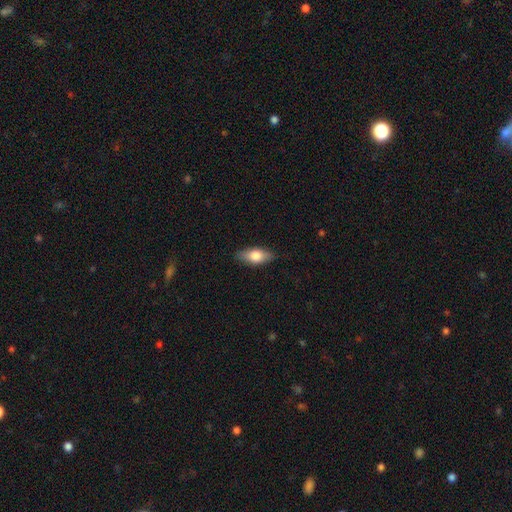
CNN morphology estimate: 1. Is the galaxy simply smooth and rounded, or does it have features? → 74% smooth, 20% featured or disk, 6% star or artifact.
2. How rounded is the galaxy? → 84% in between, 13% cigar-shaped, 3% round.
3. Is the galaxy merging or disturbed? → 86% none, 11% minor disturbance, 2% major disturbance, 1% merger.